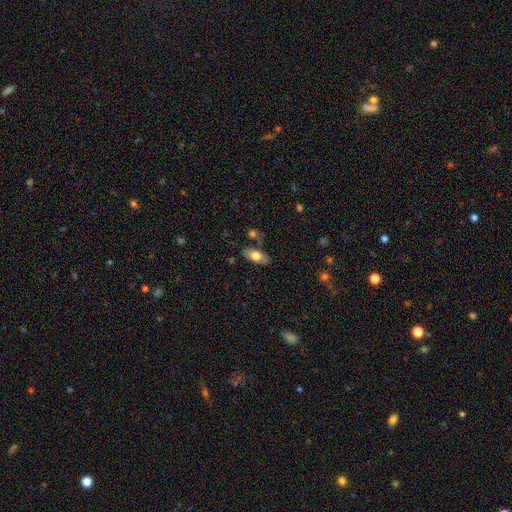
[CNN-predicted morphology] Q: Smooth or featured?
A: smooth (70%); runner-up: featured or disk (24%)
Q: How rounded?
A: in between (88%); runner-up: cigar-shaped (9%)
Q: Merging?
A: none (76%); runner-up: minor disturbance (14%)